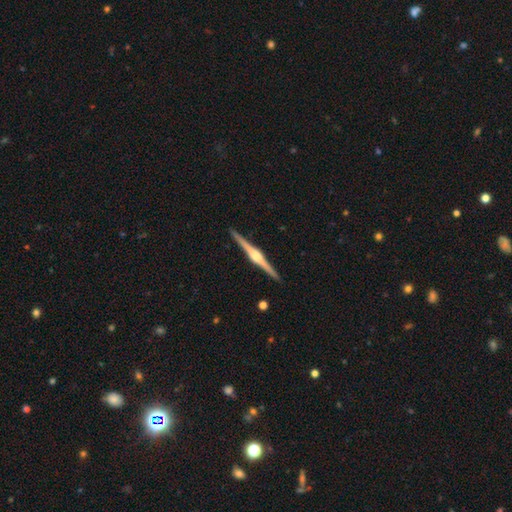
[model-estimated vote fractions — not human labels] featured or disk 88%, smooth 8%, star or artifact 4%. Down the decision tree: edge-on disk — yes (99%); edge-on bulge — rounded (90%); merging — none (93%).